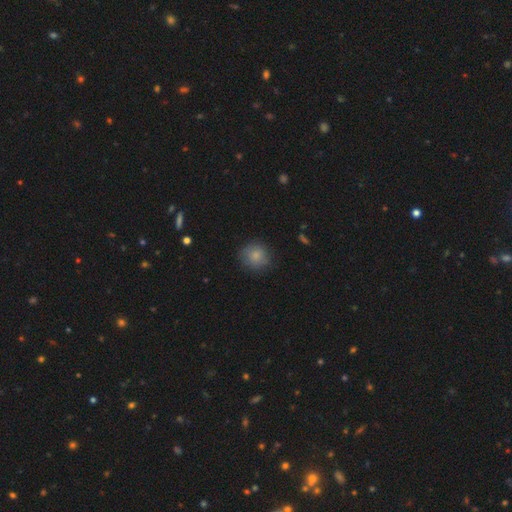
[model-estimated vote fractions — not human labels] This appears to be a smooth galaxy with no disk features (83%) that is round (90%). Merging: none (81%).